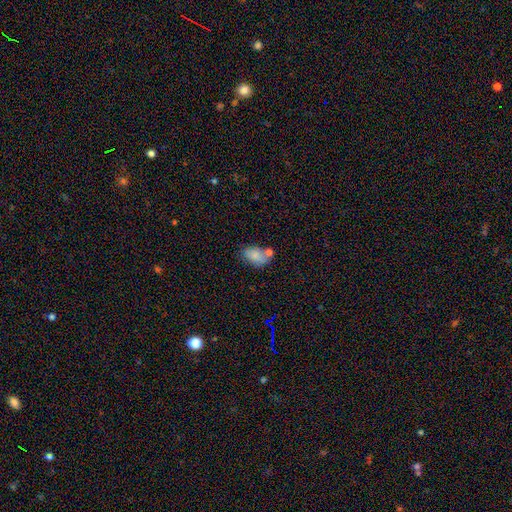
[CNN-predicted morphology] smooth 79%, featured or disk 12%, star or artifact 9%. Down the decision tree: how rounded — in between (89%); merging — none (50%).